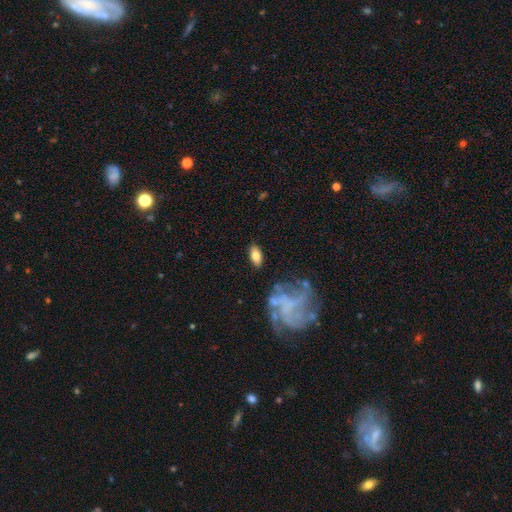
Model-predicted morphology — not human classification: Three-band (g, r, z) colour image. It shows a smooth galaxy with no disk features (71%) that is in between round and cigar-shaped (89%). Merging: none (82%).